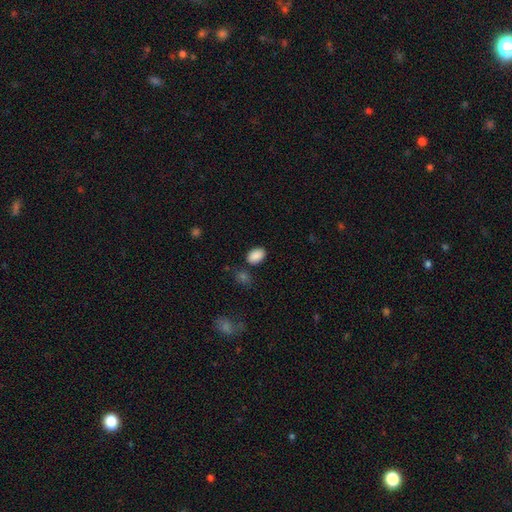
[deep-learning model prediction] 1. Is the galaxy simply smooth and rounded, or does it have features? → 88% smooth, 8% star or artifact, 4% featured or disk.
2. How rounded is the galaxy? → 88% in between, 11% round, 1% cigar-shaped.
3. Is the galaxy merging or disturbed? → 79% none, 12% minor disturbance, 5% merger, 4% major disturbance.